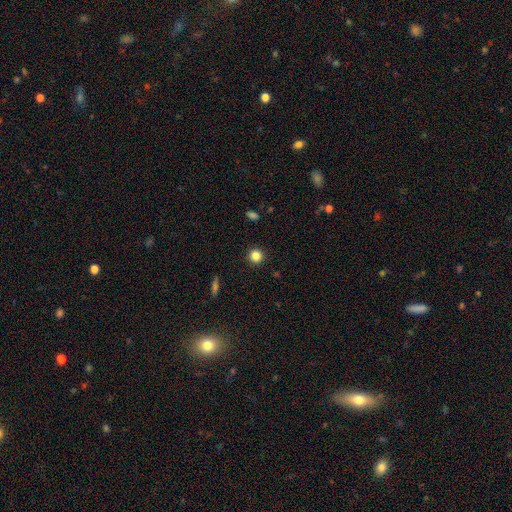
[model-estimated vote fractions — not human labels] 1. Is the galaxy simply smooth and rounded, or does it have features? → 84% smooth, 12% star or artifact, 4% featured or disk.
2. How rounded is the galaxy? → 94% round, 5% in between, 1% cigar-shaped.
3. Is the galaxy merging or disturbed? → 92% none, 5% minor disturbance, 2% major disturbance, 1% merger.